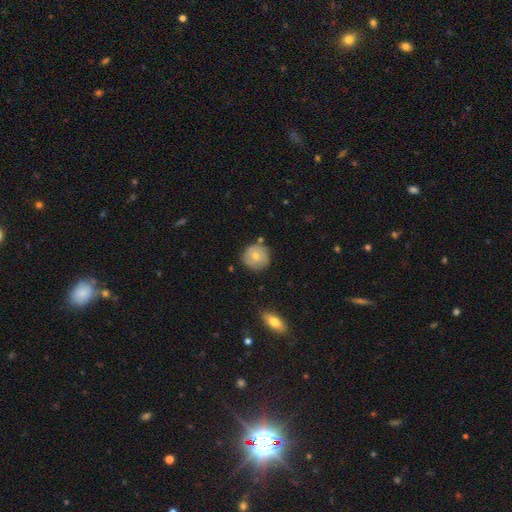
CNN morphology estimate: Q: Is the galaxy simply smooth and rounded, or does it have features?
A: smooth — 68%.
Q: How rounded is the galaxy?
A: round — 92%.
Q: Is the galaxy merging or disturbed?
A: none — 78%.